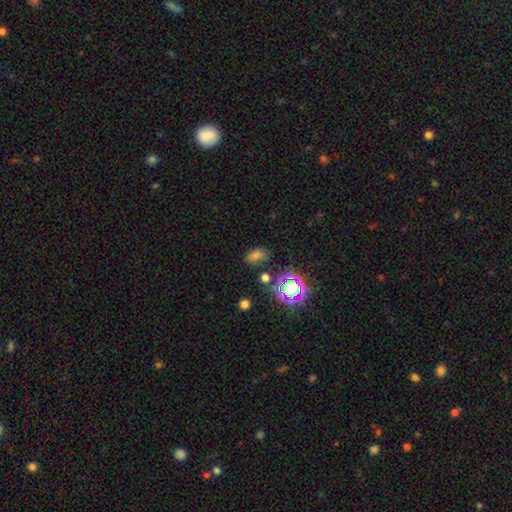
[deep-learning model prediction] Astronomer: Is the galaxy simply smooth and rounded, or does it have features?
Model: smooth — 59%.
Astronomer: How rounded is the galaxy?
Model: in between — 81%.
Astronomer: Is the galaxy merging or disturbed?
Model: none — 75%.